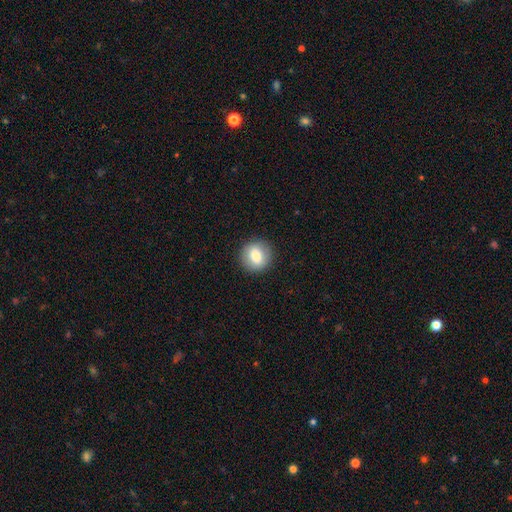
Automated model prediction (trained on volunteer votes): Smooth or featured? smooth (77%)
How rounded? round (87%)
Merging? none (90%)